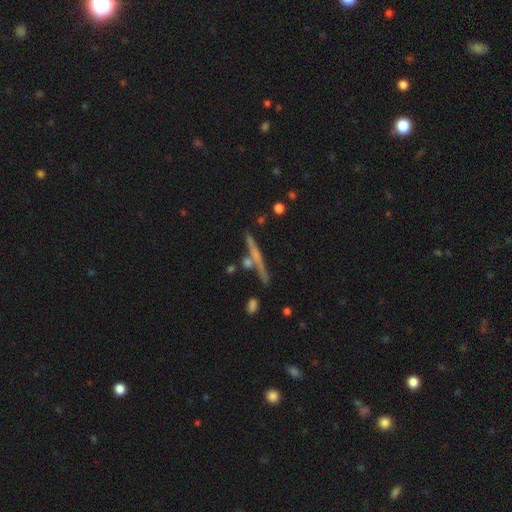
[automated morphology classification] featured or disk 58%, smooth 33%, star or artifact 9%. Down the decision tree: edge-on disk — yes (95%); edge-on bulge — none (64%); merging — none (75%).